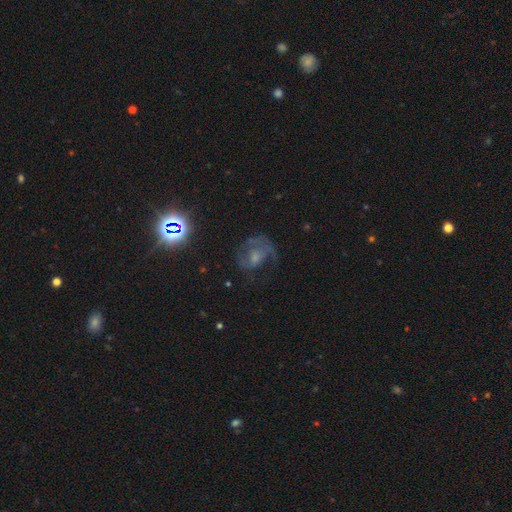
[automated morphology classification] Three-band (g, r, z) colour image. It shows a featured or disk galaxy (57%) with no bar (68%), spiral arms (72%) and a moderate central bulge (40%). Merging: none (48%).